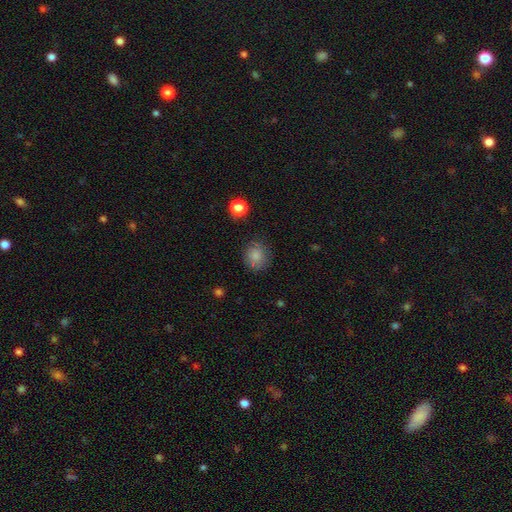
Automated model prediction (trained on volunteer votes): smooth-or-featured: smooth: 82% | star or artifact: 11% | featured or disk: 6%
  how-rounded: round: 81% | in between: 18% | cigar-shaped: 1%
  merging: none: 78% | minor disturbance: 15% | major disturbance: 5% | merger: 3%